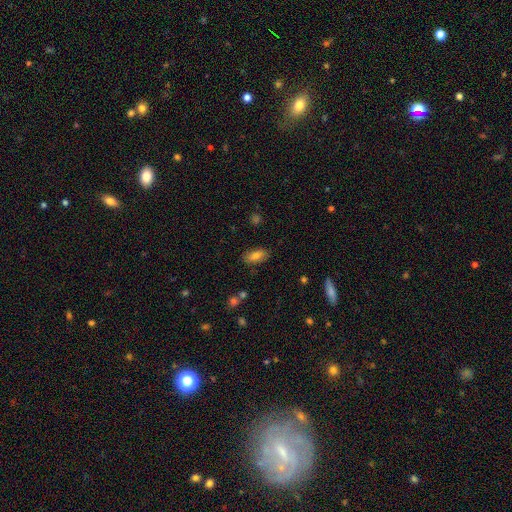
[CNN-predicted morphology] A smooth galaxy with no disk features (79%) that is in between round and cigar-shaped (88%). Merging: none (85%).